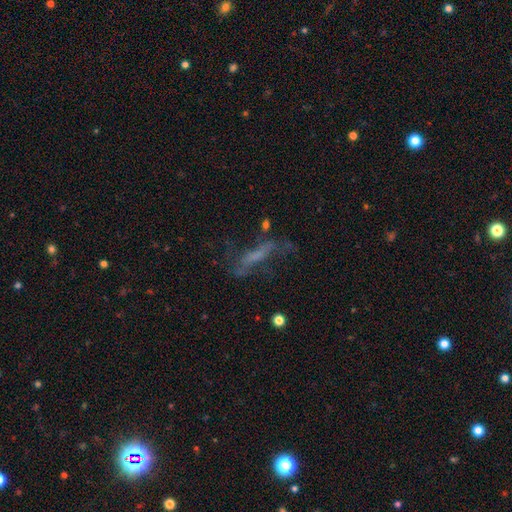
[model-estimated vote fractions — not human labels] A featured or disk galaxy (50%). Merging: none (42%).